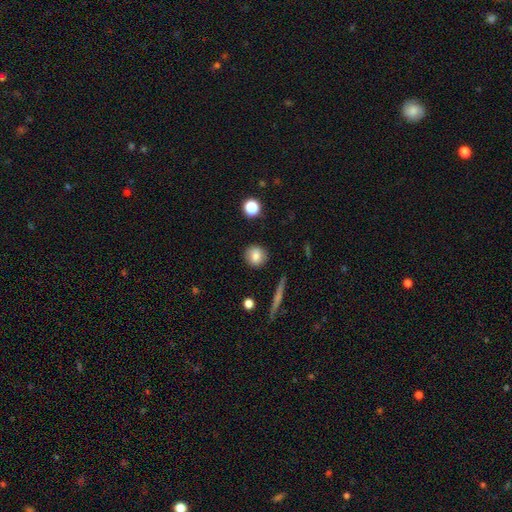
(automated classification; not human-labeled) smooth_or_featured: smooth (p=0.83) [alt: star or artifact p=0.09]
how_rounded: round (p=0.84) [alt: in between p=0.15]
merging: none (p=0.88) [alt: minor disturbance p=0.08]